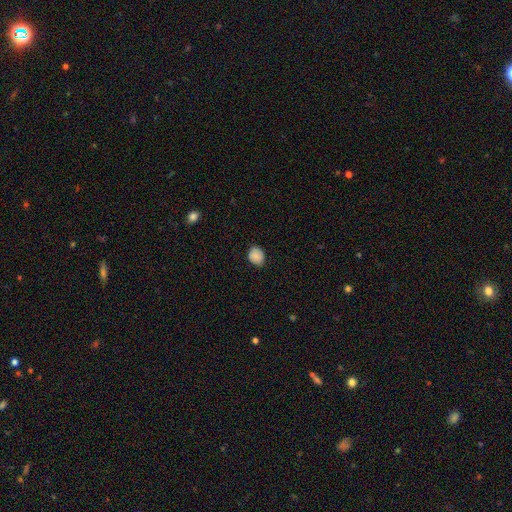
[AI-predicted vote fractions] The model was most divided on "how rounded": round: 58%, in between: 41%, cigar-shaped: 1%. More confident: smooth or featured — smooth (85%); merging — none (81%).